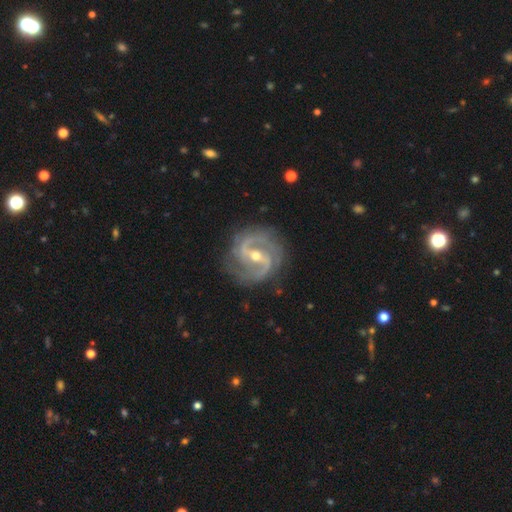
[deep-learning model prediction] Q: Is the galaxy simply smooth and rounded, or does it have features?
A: featured or disk — 92%.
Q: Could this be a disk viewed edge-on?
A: no — 98%.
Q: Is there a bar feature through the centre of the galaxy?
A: strong — 42%.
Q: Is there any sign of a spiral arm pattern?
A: yes — 98%.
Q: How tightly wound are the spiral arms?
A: medium — 56%.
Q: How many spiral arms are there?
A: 2 — 87%.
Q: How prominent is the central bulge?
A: moderate — 52%.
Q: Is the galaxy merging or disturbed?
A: none — 81%.